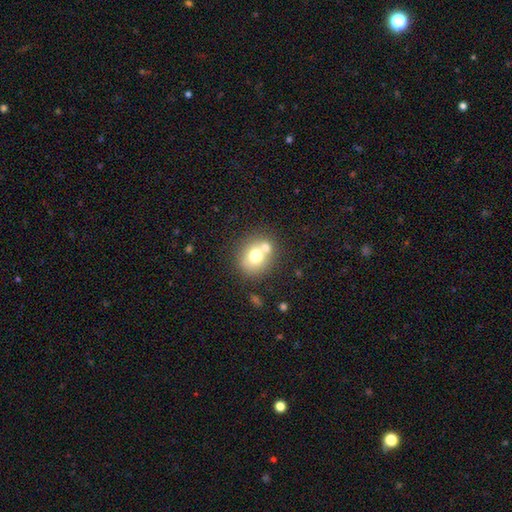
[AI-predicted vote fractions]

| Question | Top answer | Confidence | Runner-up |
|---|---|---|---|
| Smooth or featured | smooth | 69% | featured or disk (19%) |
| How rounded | round | 73% | in between (27%) |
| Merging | none | 55% | merger (31%) |